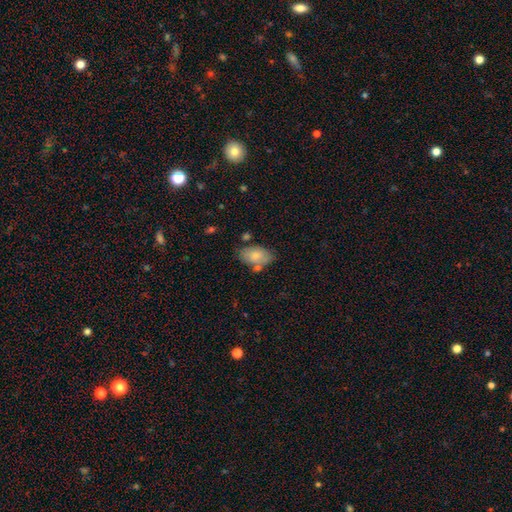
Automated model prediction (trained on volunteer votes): Q: Smooth or featured?
A: smooth (76%); runner-up: featured or disk (18%)
Q: How rounded?
A: in between (91%); runner-up: round (7%)
Q: Merging?
A: none (66%); runner-up: minor disturbance (19%)